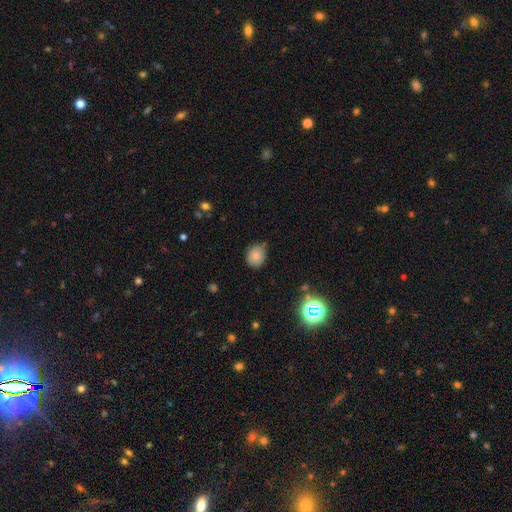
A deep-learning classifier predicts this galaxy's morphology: Overall: smooth (79%). How rounded: round (64%; in between 35%). Merging: none (76%).